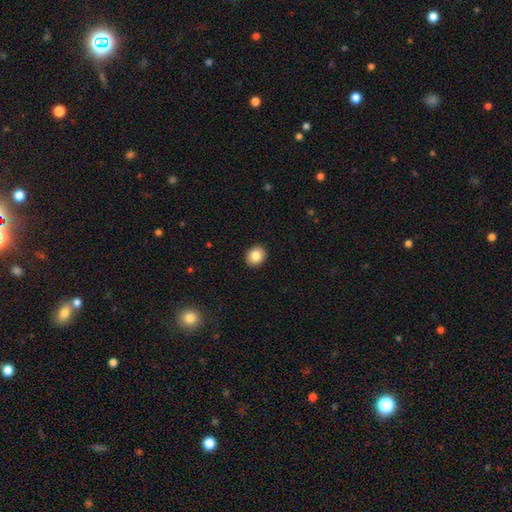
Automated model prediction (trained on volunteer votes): smooth-or-featured: smooth: 85% | star or artifact: 9% | featured or disk: 7%
  how-rounded: round: 63% | in between: 36% | cigar-shaped: 1%
  merging: none: 92% | minor disturbance: 6% | major disturbance: 2% | merger: 1%